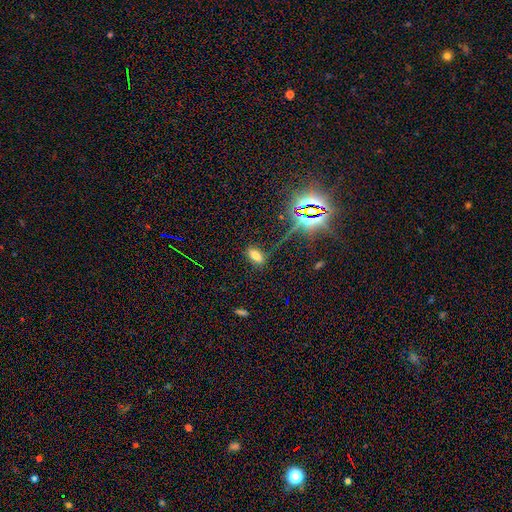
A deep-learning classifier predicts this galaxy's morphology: smooth-or-featured: smooth: 67% | star or artifact: 23% | featured or disk: 10%
  how-rounded: in between: 78% | cigar-shaped: 18% | round: 4%
  merging: none: 79% | minor disturbance: 13% | major disturbance: 5% | merger: 3%